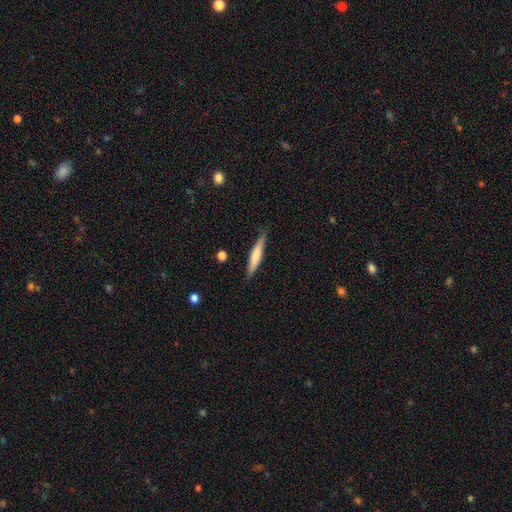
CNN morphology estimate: This is likely a smooth galaxy (63%). How rounded: clearly cigar-shaped (90%). Merging: clearly none (83%).